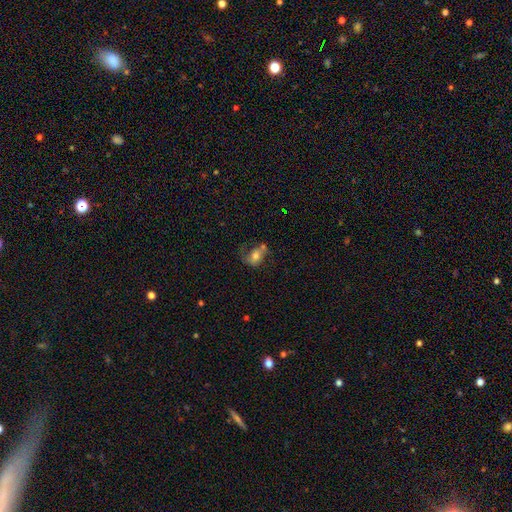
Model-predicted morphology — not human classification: Overall: smooth (56%; featured or disk 34%). How rounded: in between (70%). Merging: none (35%; minor disturbance 23%).